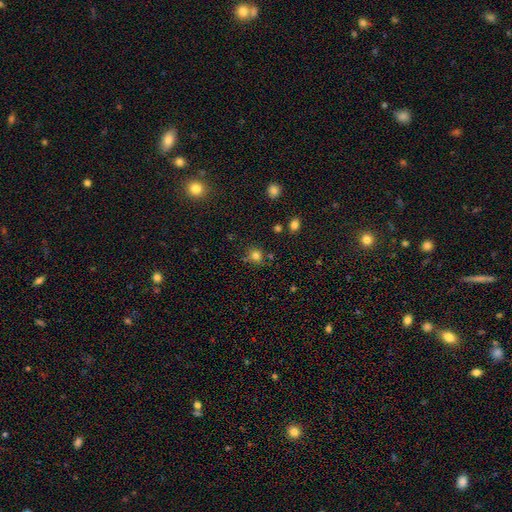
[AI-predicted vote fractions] This appears to be a smooth galaxy with no disk features (80%) that is round (85%). Merging: none (77%).